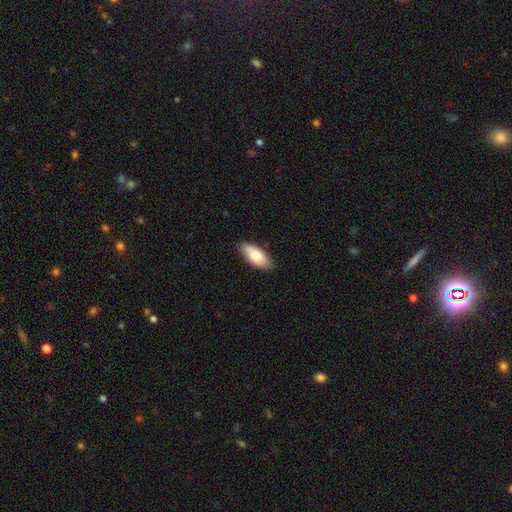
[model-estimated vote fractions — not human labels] Morphology: type=smooth (76%); roundness=in between (88%); merging=none (85%).